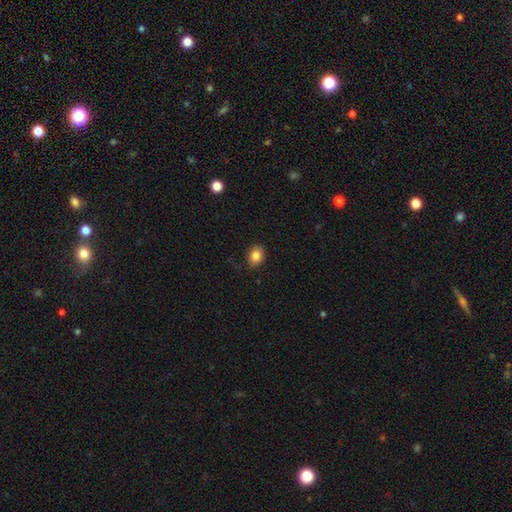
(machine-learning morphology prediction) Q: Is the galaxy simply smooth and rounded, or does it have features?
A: smooth — 85%.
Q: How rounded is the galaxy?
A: in between — 61%.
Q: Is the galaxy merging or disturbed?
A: none — 87%.